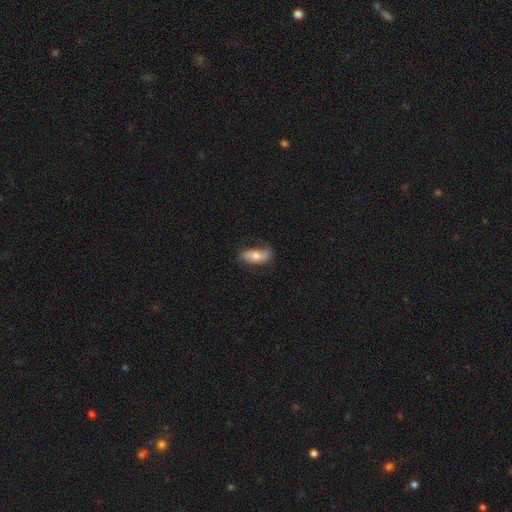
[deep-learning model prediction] smooth-or-featured: smooth: 62% | featured or disk: 32% | star or artifact: 7%
  how-rounded: in between: 85% | cigar-shaped: 11% | round: 4%
  merging: none: 71% | minor disturbance: 22% | major disturbance: 6% | merger: 1%